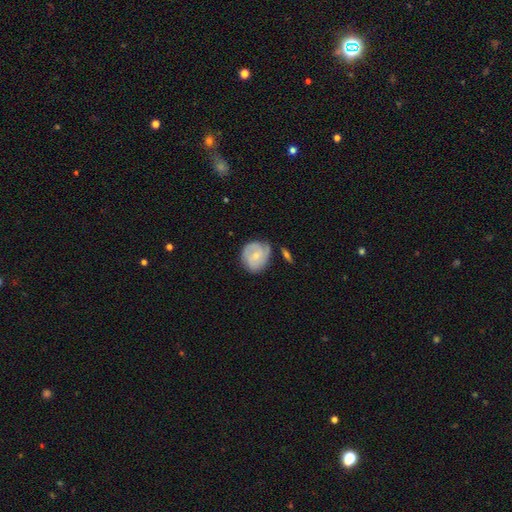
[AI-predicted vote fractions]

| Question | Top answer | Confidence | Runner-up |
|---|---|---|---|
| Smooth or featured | featured or disk | 51% | smooth (42%) |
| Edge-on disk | no | 97% | yes (3%) |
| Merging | none | 59% | minor disturbance (27%) |